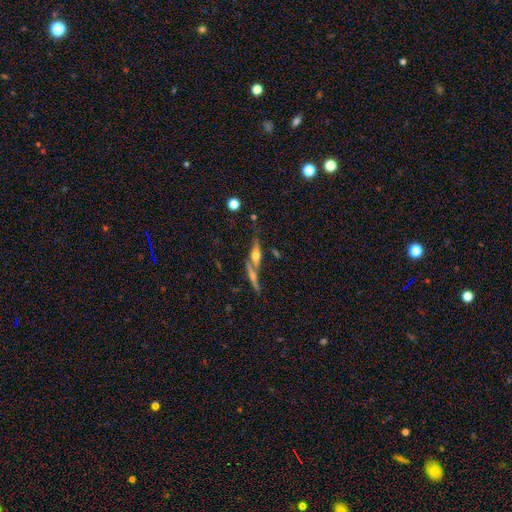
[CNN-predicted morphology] Overall: featured or disk (64%; smooth 26%). Edge-on disk: yes (89%). Edge-on bulge: rounded (87%). Merging: none (54%; merger 28%).